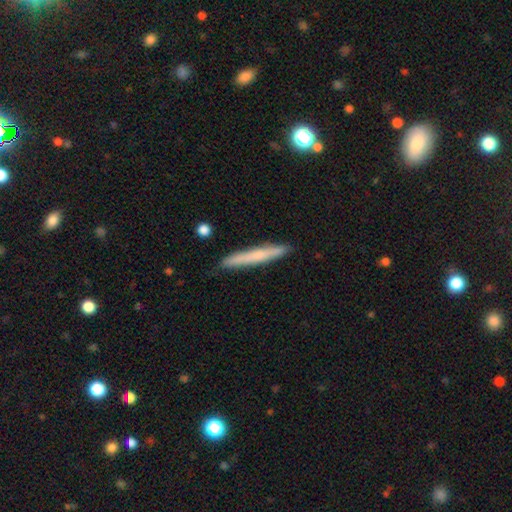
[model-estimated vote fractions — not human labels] smooth 60%, featured or disk 33%, star or artifact 6%. Down the decision tree: how rounded — cigar-shaped (96%); merging — none (90%).